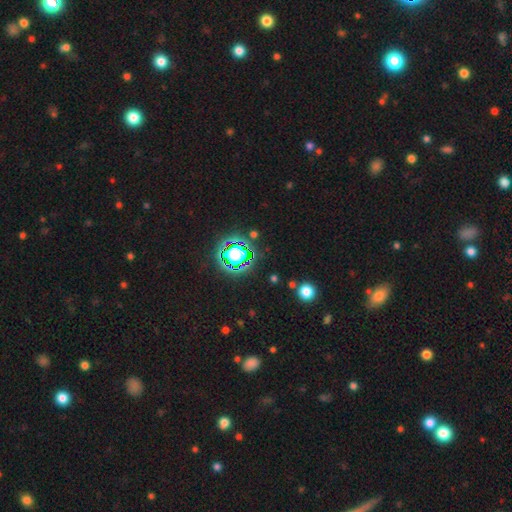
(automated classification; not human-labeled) A star or artifact, not a galaxy (78%).